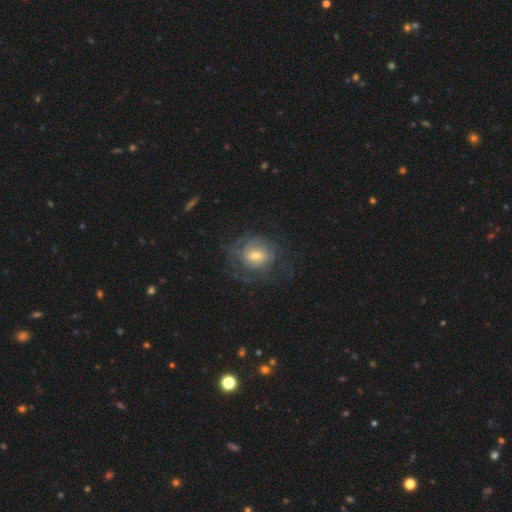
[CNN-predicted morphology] smooth-or-featured: featured or disk: 58% | smooth: 32% | star or artifact: 10%
  disk-edge-on: no: 96% | yes: 4%
    bar: no: 52% | weak: 40% | strong: 8%
    has-spiral-arms: yes: 72% | no: 28%
    bulge-size: moderate: 49% | small: 39% | large: 8% | none: 2% | dominant: 1%
  merging: none: 61% | minor disturbance: 19% | major disturbance: 19% | merger: 1%